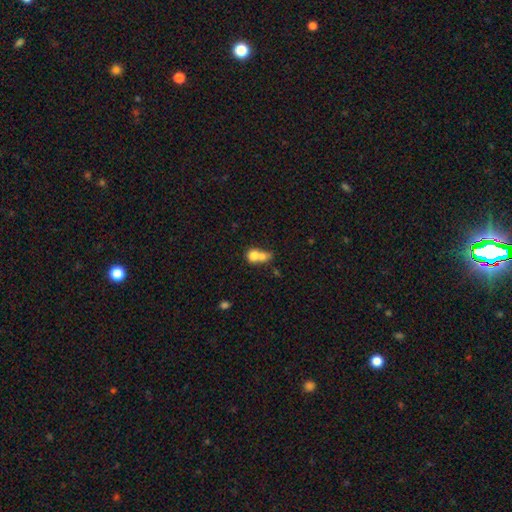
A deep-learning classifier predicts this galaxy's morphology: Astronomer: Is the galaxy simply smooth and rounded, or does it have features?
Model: smooth — 72%.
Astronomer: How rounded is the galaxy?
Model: round — 64%.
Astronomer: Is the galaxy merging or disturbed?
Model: merger — 72%.